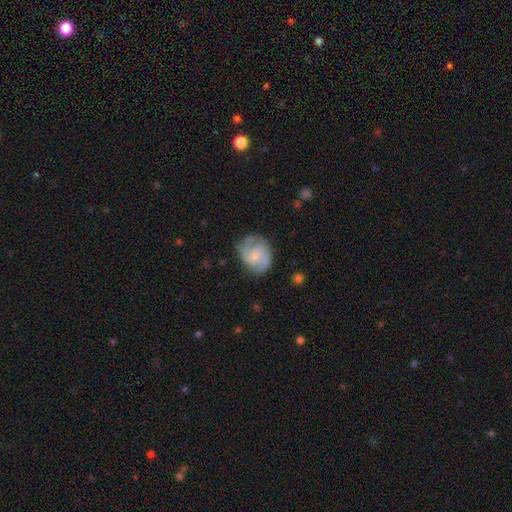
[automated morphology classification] Smooth or featured? featured or disk (74%)
Edge-on disk? no (98%)
Bar? no (60%)
Spiral arms? yes (94%)
Spiral winding? medium (50%)
Spiral arm count? 2 (76%)
Bulge size? small (56%)
Merging? none (73%)